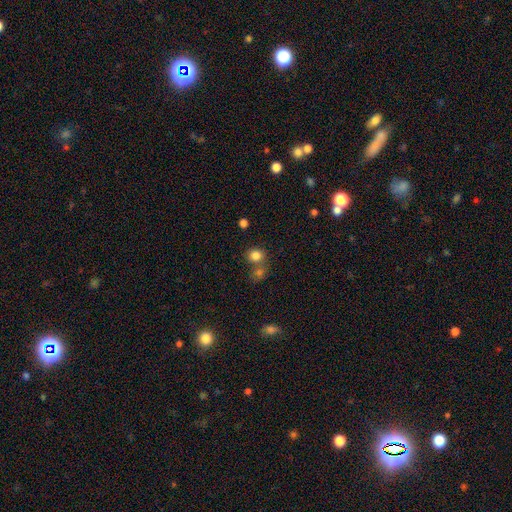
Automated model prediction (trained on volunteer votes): smooth_or_featured: smooth (p=0.82) [alt: star or artifact p=0.12]
how_rounded: round (p=0.79) [alt: in between p=0.21]
merging: none (p=0.59) [alt: merger p=0.28]